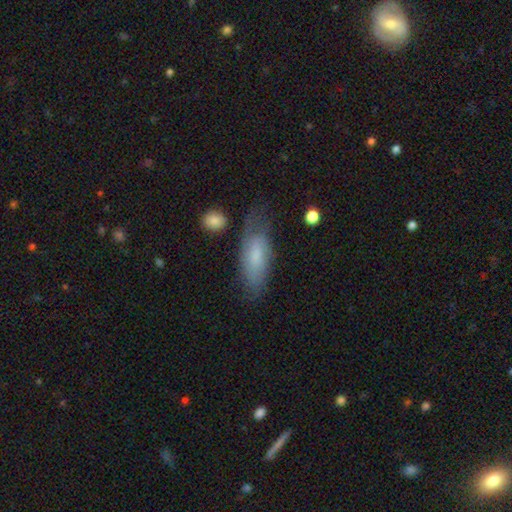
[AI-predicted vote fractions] A smooth galaxy with no disk features (67%) that is in between round and cigar-shaped (74%). Merging: none (55%).